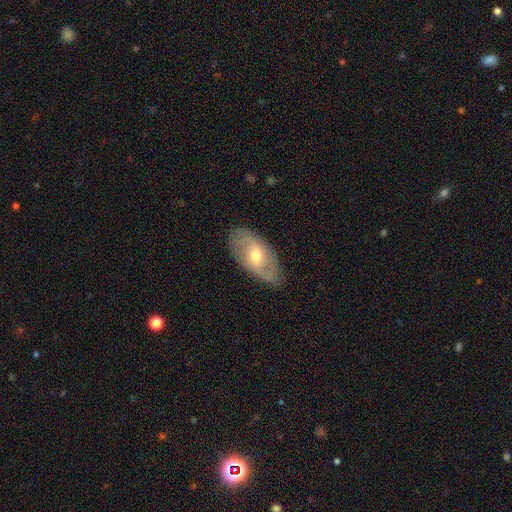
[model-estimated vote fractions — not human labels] smooth-or-featured: featured or disk: 68% | smooth: 26% | star or artifact: 7%
  disk-edge-on: no: 90% | yes: 10%
    bar: weak: 44% | no: 42% | strong: 15%
    has-spiral-arms: yes: 78% | no: 22%
    bulge-size: moderate: 60% | small: 36% | large: 2% | none: 1% | dominant: 1%
  merging: none: 82% | minor disturbance: 14% | major disturbance: 3% | merger: 1%